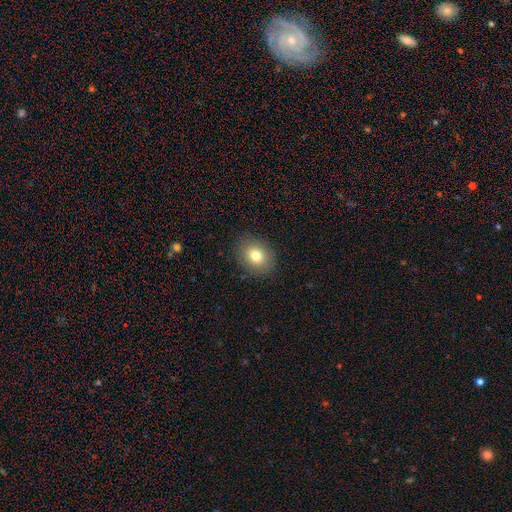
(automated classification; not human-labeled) A smooth galaxy with no disk features (78%) that is round (50%). Merging: none (88%).